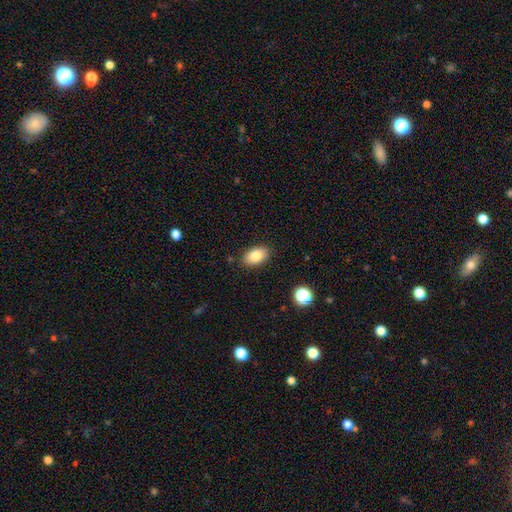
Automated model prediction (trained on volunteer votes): Smooth or featured? smooth (84%)
How rounded? in between (91%)
Merging? none (87%)